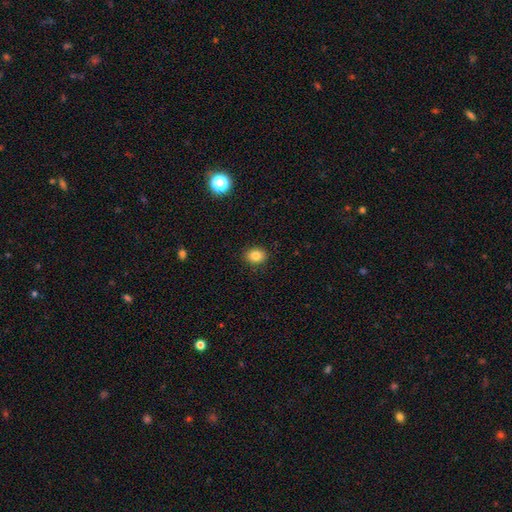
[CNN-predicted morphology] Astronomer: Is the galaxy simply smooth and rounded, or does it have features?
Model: smooth — 84%.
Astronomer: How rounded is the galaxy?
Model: in between — 54% (runner-up: round, 45%).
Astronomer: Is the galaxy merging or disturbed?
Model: none — 89%.